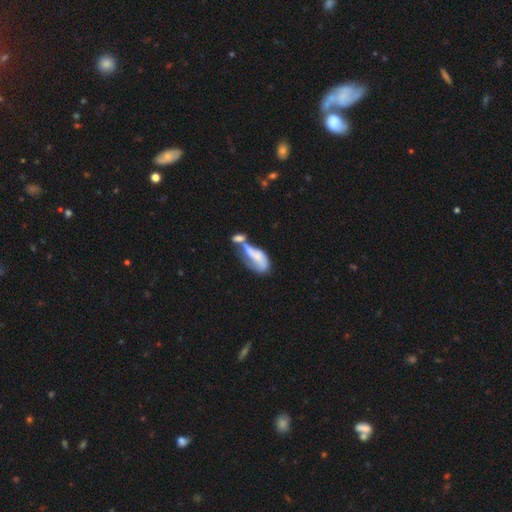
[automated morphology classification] Overall: smooth (47%; featured or disk 44%). Merging: merger (55%; major disturbance 21%).